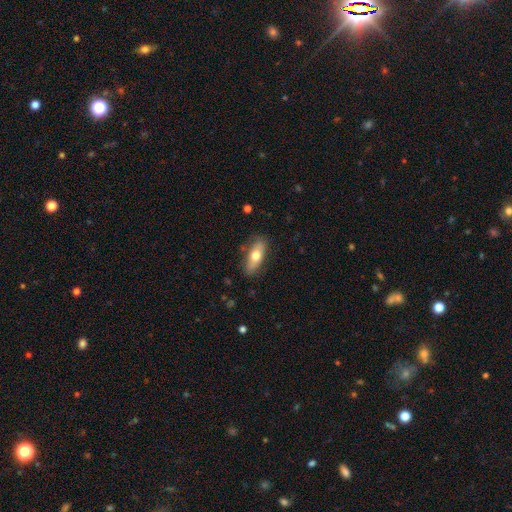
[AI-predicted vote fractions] smooth 66%, featured or disk 28%, star or artifact 6%. Down the decision tree: how rounded — in between (74%); merging — none (82%).